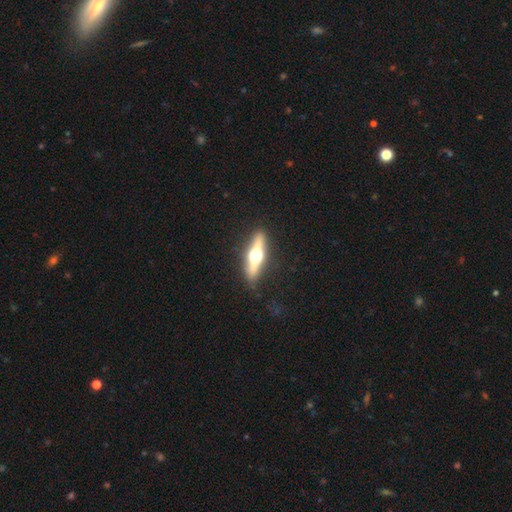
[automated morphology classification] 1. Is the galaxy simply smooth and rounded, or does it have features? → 68% featured or disk, 26% smooth, 6% star or artifact.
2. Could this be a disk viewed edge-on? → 95% yes, 5% no.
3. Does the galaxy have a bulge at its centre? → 96% rounded, 2% boxy, 1% none.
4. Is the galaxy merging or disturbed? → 88% none, 8% minor disturbance, 2% major disturbance, 1% merger.